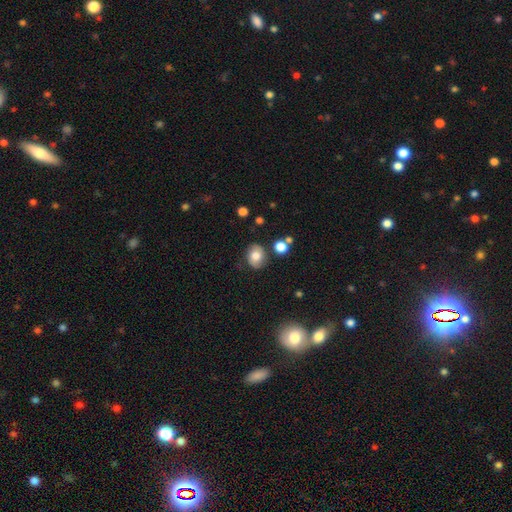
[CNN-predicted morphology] A smooth galaxy with no disk features (73%) that is round (54%). Merging: none (79%).